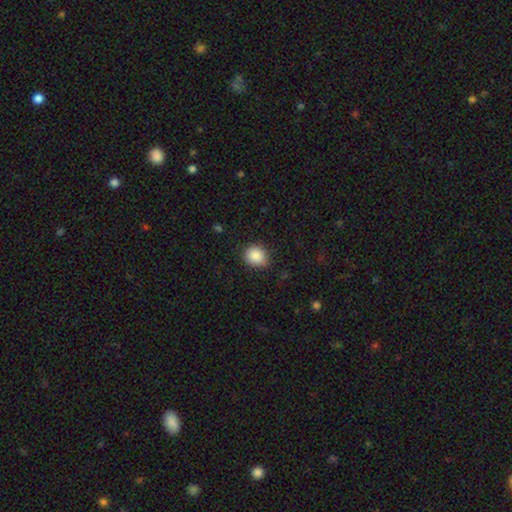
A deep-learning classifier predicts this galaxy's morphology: smooth 88%, star or artifact 8%, featured or disk 4%. Down the decision tree: how rounded — round (70%); merging — none (83%).